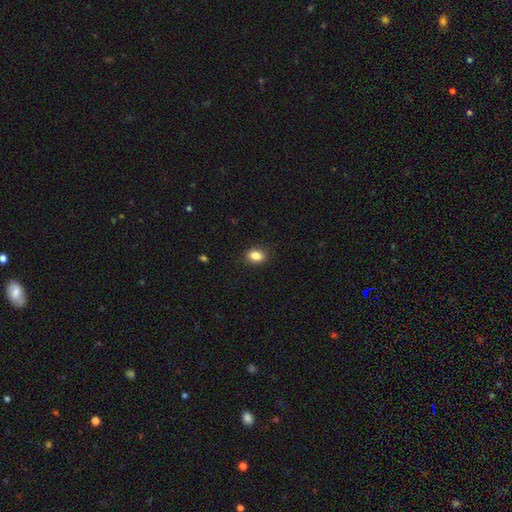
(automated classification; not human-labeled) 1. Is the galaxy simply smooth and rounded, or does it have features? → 85% smooth, 9% star or artifact, 6% featured or disk.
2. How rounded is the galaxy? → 63% in between, 36% round, 1% cigar-shaped.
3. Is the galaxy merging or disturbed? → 87% none, 10% minor disturbance, 2% major disturbance, 1% merger.